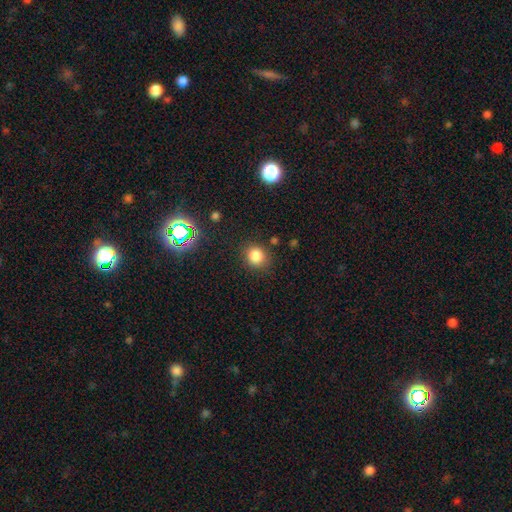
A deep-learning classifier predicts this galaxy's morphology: This appears to be a smooth galaxy with no disk features (82%) that is round (82%). Merging: none (84%).